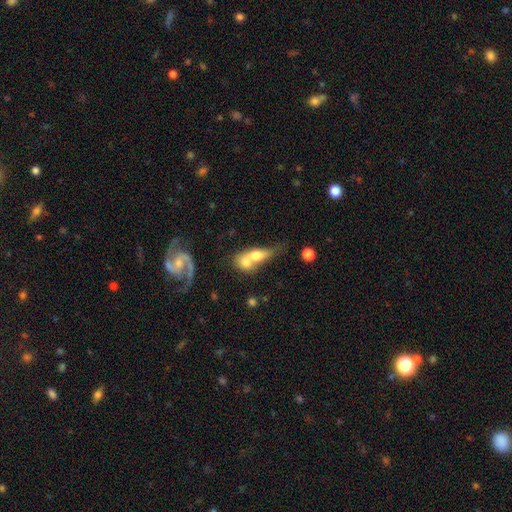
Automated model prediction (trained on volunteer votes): Q: Smooth or featured?
A: smooth (64%); runner-up: featured or disk (28%)
Q: How rounded?
A: in between (61%); runner-up: round (24%)
Q: Merging?
A: merger (74%); runner-up: none (13%)